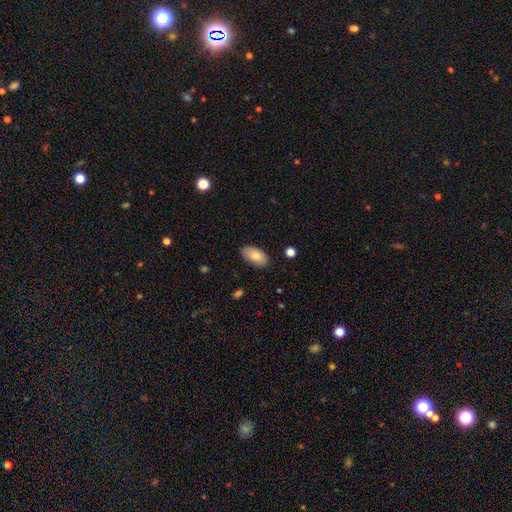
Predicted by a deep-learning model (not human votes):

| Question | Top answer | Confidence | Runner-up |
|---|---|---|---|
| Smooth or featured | smooth | 80% | featured or disk (13%) |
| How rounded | in between | 95% | round (3%) |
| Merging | none | 86% | minor disturbance (11%) |